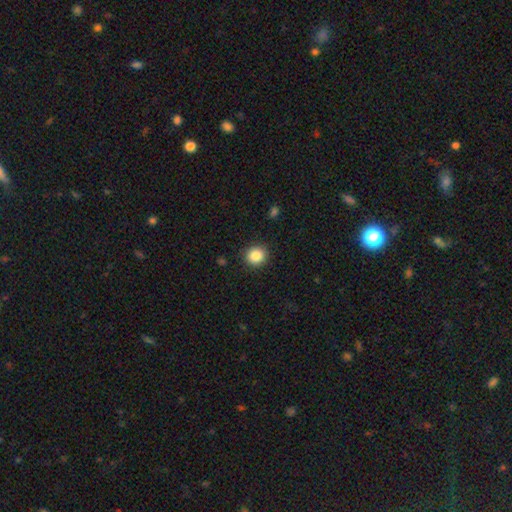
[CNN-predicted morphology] Q: Smooth or featured?
A: smooth (86%); runner-up: star or artifact (10%)
Q: How rounded?
A: round (87%); runner-up: in between (12%)
Q: Merging?
A: none (90%); runner-up: minor disturbance (7%)